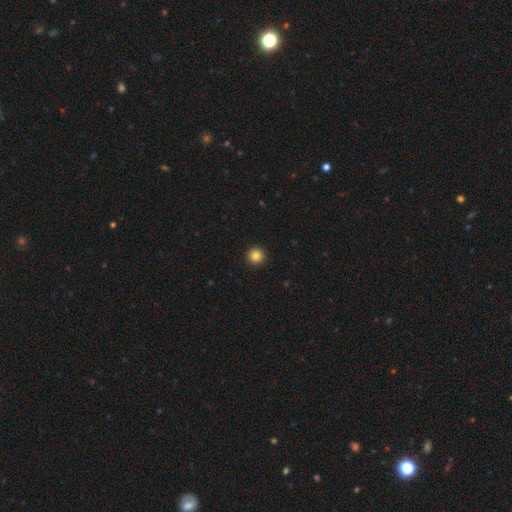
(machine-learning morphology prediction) Smooth or featured?
  - smooth: 84% *
  - star or artifact: 11%
  - featured or disk: 6%
How rounded?
  - round: 96% *
  - in between: 3%
  - cigar-shaped: 1%
Merging?
  - none: 94% *
  - minor disturbance: 4%
  - major disturbance: 1%
  - merger: 1%